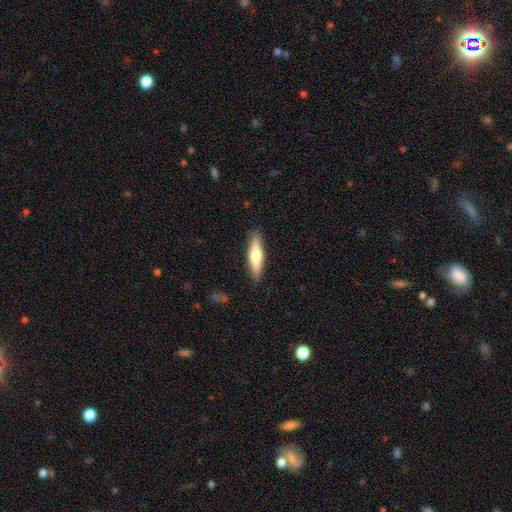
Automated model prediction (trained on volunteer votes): Smooth or featured: smooth — 51% (featured or disk — 43%)
How rounded: cigar-shaped — 78% (in between — 21%)
Merging: none — 89% (minor disturbance — 8%)